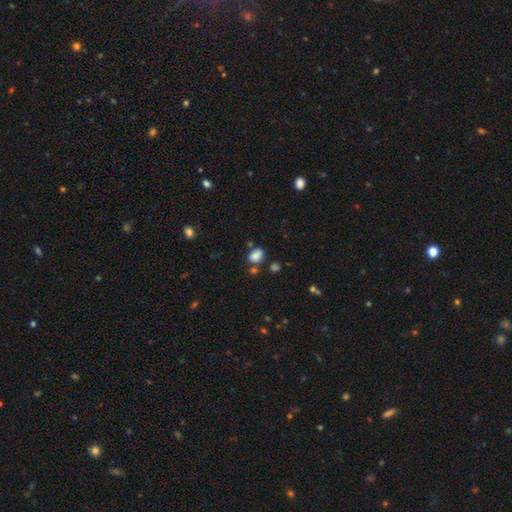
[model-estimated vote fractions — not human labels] Q: Smooth or featured?
A: smooth (80%); runner-up: star or artifact (12%)
Q: How rounded?
A: in between (73%); runner-up: round (26%)
Q: Merging?
A: none (58%); runner-up: minor disturbance (19%)